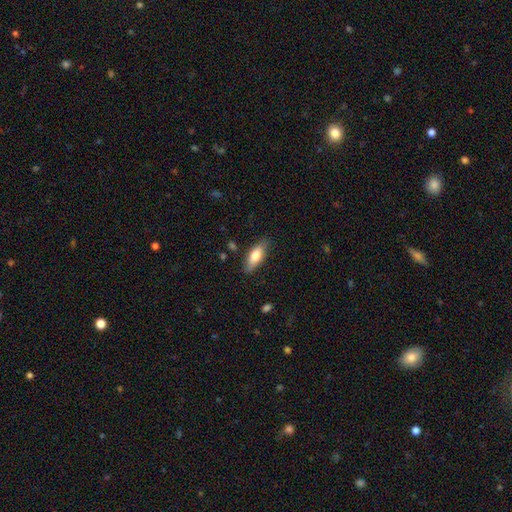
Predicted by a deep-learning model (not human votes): Smooth or featured: smooth — 72% (featured or disk — 21%)
How rounded: in between — 72% (cigar-shaped — 26%)
Merging: none — 82% (minor disturbance — 14%)